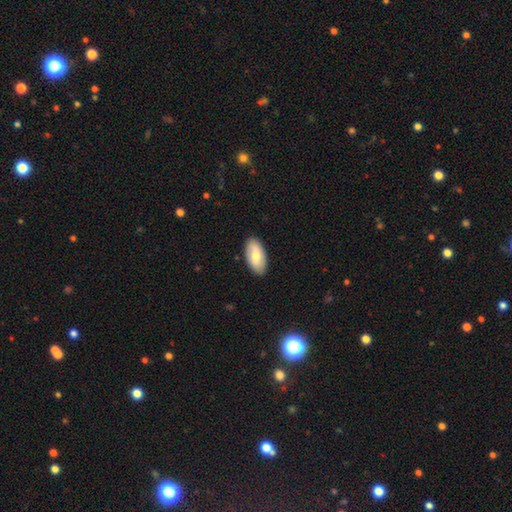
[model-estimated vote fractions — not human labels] Smooth or featured? smooth (67%)
How rounded? in between (93%)
Merging? none (88%)